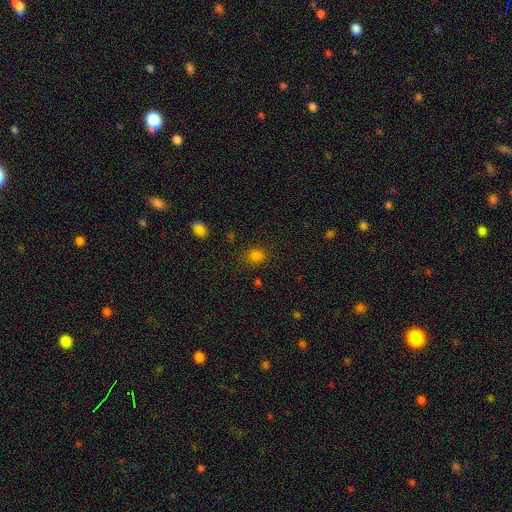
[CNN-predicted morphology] smooth_or_featured: smooth (p=0.78) [alt: star or artifact p=0.17]
how_rounded: round (p=0.67) [alt: in between p=0.32]
merging: none (p=0.80) [alt: minor disturbance p=0.13]